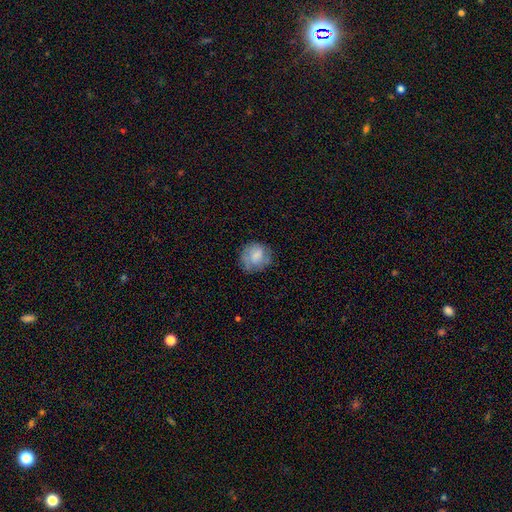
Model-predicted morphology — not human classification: type=smooth (67%); roundness=round (76%); merging=none (68%).